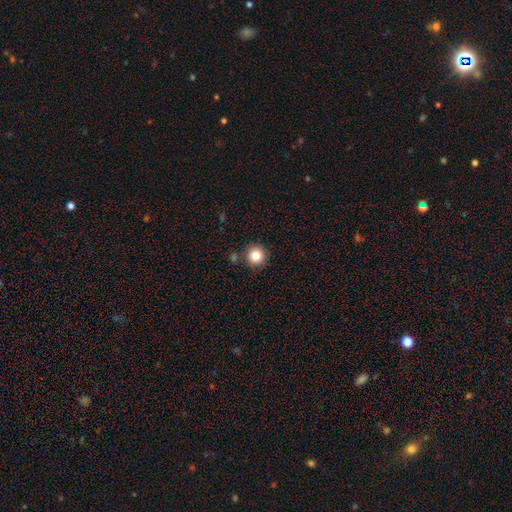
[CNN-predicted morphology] type=smooth (83%); roundness=round (95%); merging=none (85%).